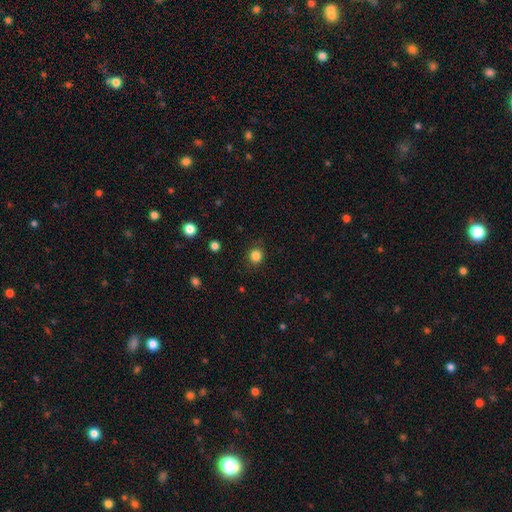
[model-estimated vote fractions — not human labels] Smooth or featured? smooth (84%)
How rounded? round (85%)
Merging? none (87%)